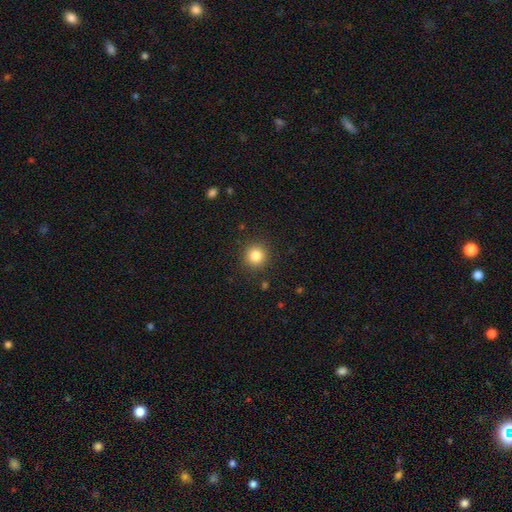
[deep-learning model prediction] Smooth or featured?
  - smooth: 84% *
  - star or artifact: 11%
  - featured or disk: 5%
How rounded?
  - round: 93% *
  - in between: 6%
  - cigar-shaped: 1%
Merging?
  - none: 90% *
  - minor disturbance: 6%
  - major disturbance: 2%
  - merger: 1%